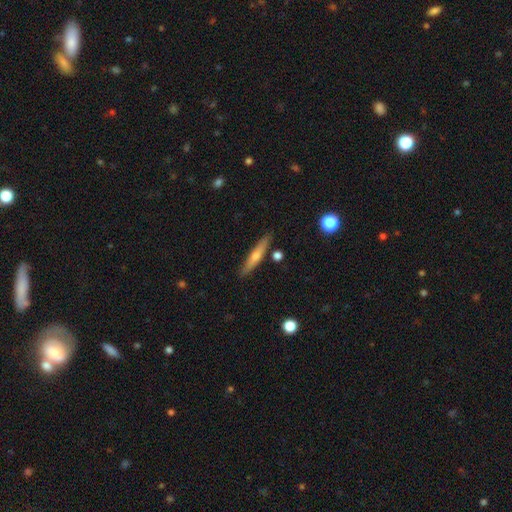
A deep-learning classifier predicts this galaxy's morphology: A featured or disk galaxy (47%). Merging: none (88%).